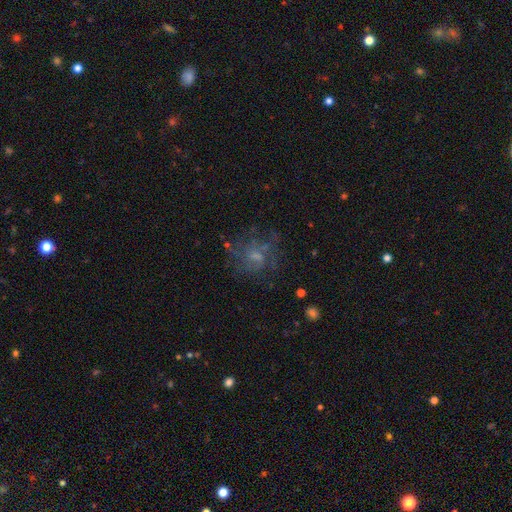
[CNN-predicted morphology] This appears to be a featured or disk galaxy (52%) with no bar (68%), spiral arms (52%) and a small central bulge (43%). Merging: none (57%).